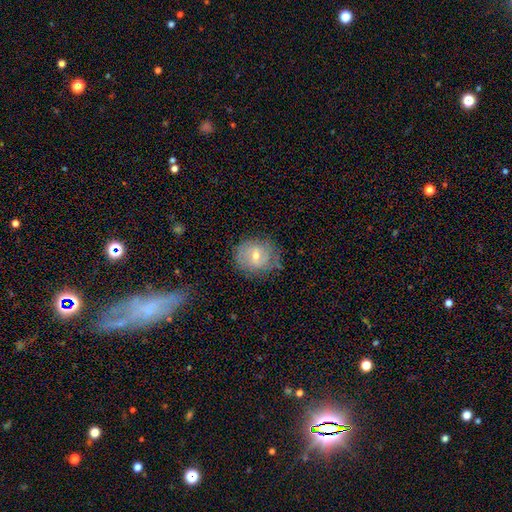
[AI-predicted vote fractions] smooth_or_featured: featured or disk (p=0.59) [alt: smooth p=0.32]
disk_edge_on: no (p=0.96) [alt: yes p=0.04]
bar: weak (p=0.58) [alt: no p=0.24]
has_spiral_arms: yes (p=0.73) [alt: no p=0.27]
bulge_size: moderate (p=0.54) [alt: small p=0.42]
merging: none (p=0.73) [alt: minor disturbance p=0.18]